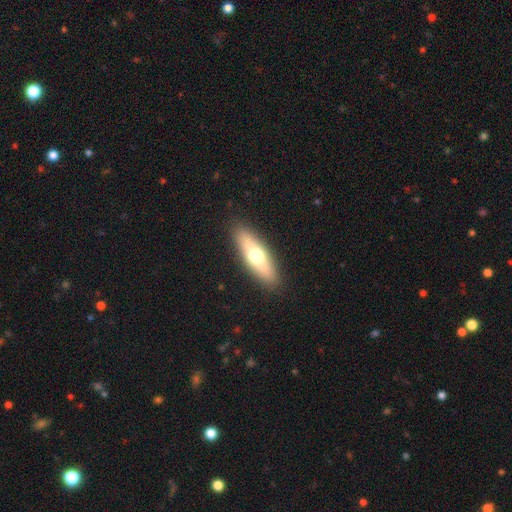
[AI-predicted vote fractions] smooth-or-featured: smooth: 57% | featured or disk: 36% | star or artifact: 7%
  how-rounded: cigar-shaped: 50% | in between: 47% | round: 3%
  merging: none: 89% | minor disturbance: 8% | major disturbance: 2% | merger: 1%